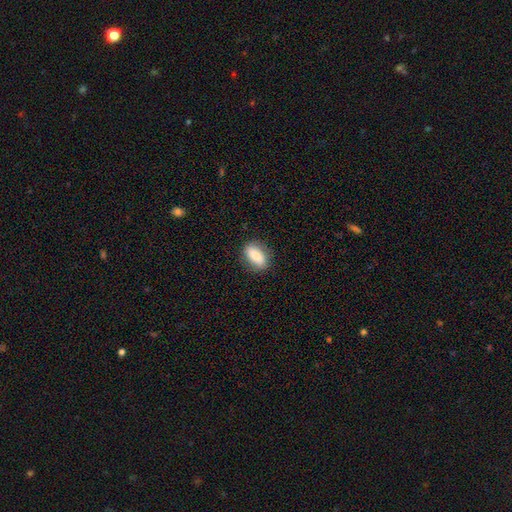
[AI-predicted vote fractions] Smooth or featured: smooth — 80% (featured or disk — 14%)
How rounded: in between — 85% (cigar-shaped — 8%)
Merging: none — 82% (minor disturbance — 13%)